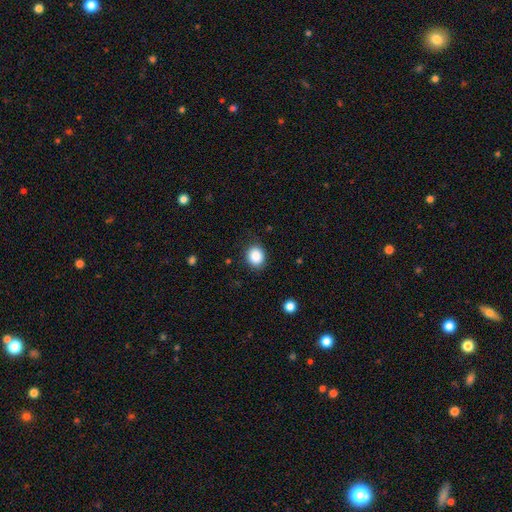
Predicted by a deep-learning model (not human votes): This is clearly a smooth galaxy (87%). How rounded: likely round (72%). Merging: clearly none (87%).